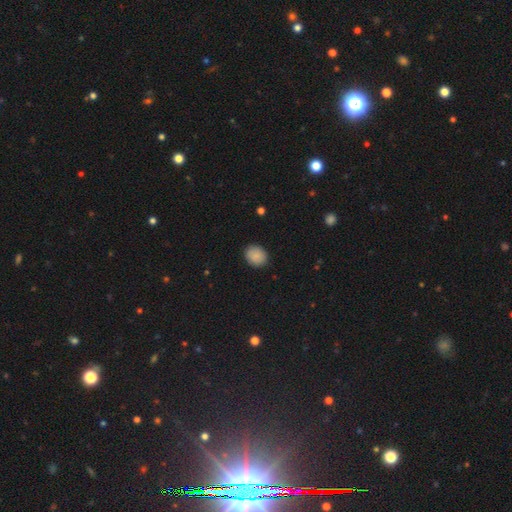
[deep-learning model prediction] Smooth or featured: smooth — 89% (star or artifact — 8%)
How rounded: round — 63% (in between — 36%)
Merging: none — 89% (minor disturbance — 8%)